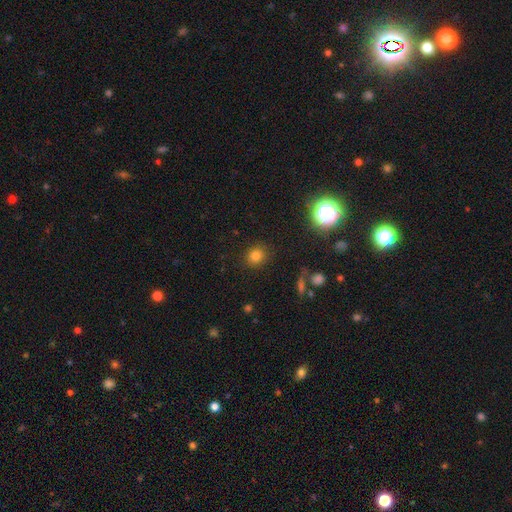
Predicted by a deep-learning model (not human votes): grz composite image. It shows a smooth galaxy with no disk features (78%) that is round (79%). Merging: none (86%).